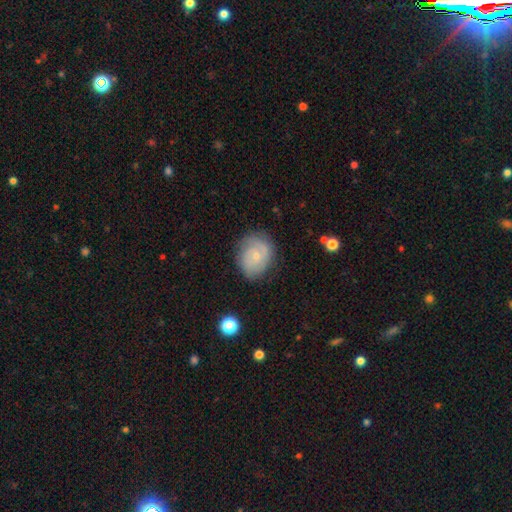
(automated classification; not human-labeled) Q: Smooth or featured?
A: featured or disk (60%); runner-up: smooth (32%)
Q: Edge-on disk?
A: no (97%); runner-up: yes (3%)
Q: Bar?
A: no (72%); runner-up: weak (24%)
Q: Spiral arms?
A: yes (83%); runner-up: no (17%)
Q: Bulge size?
A: small (72%); runner-up: moderate (24%)
Q: Merging?
A: none (75%); runner-up: minor disturbance (18%)